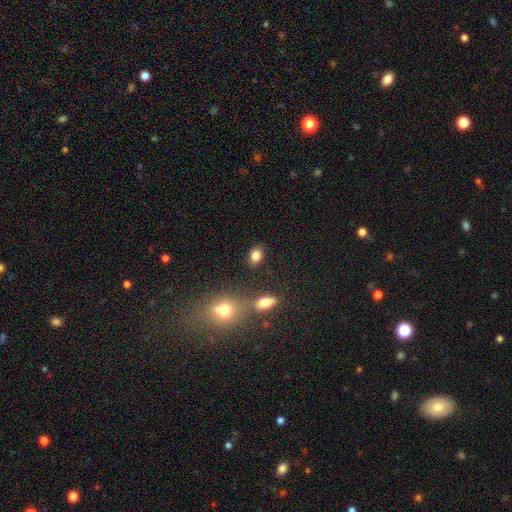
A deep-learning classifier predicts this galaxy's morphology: Q: Smooth or featured?
A: smooth (83%); runner-up: star or artifact (10%)
Q: How rounded?
A: in between (68%); runner-up: round (30%)
Q: Merging?
A: none (80%); runner-up: minor disturbance (11%)